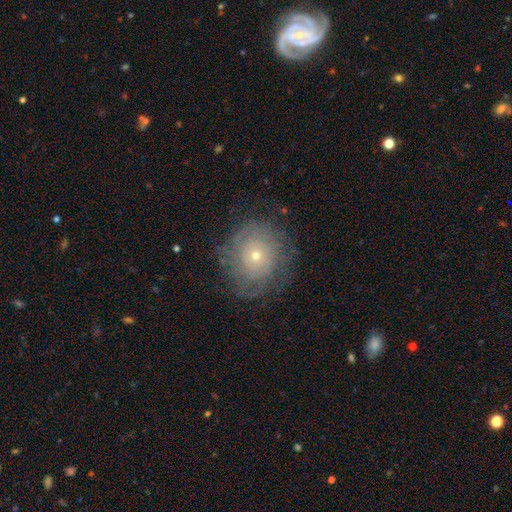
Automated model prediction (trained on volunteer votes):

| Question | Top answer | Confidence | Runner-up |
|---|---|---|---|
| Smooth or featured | featured or disk | 53% | smooth (36%) |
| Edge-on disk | no | 96% | yes (4%) |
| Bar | no | 88% | weak (10%) |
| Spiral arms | yes | 67% | no (33%) |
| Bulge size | small | 69% | moderate (27%) |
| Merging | none | 73% | minor disturbance (16%) |